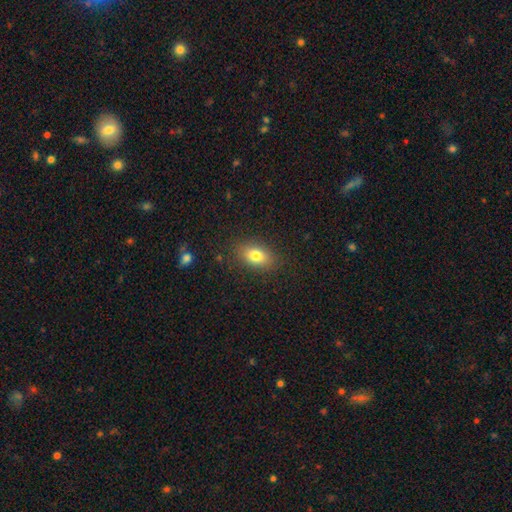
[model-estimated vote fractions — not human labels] Q: Smooth or featured?
A: smooth (79%); runner-up: featured or disk (12%)
Q: How rounded?
A: in between (83%); runner-up: round (13%)
Q: Merging?
A: none (85%); runner-up: minor disturbance (10%)